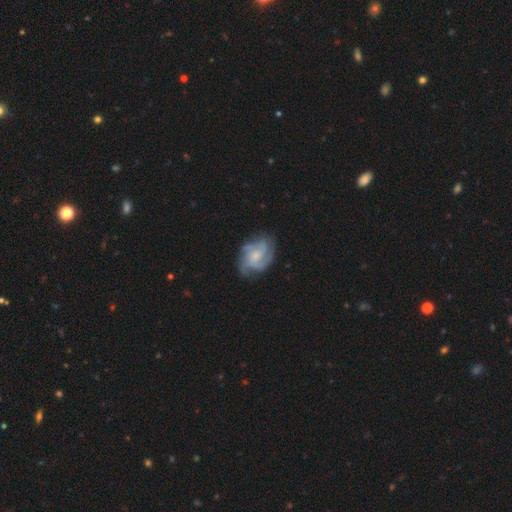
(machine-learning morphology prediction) A featured or disk galaxy (83%) with no bar (60%), 3 (44%) medium (46%) spiral arms (96%) and a small central bulge (56%). Merging: none (72%).